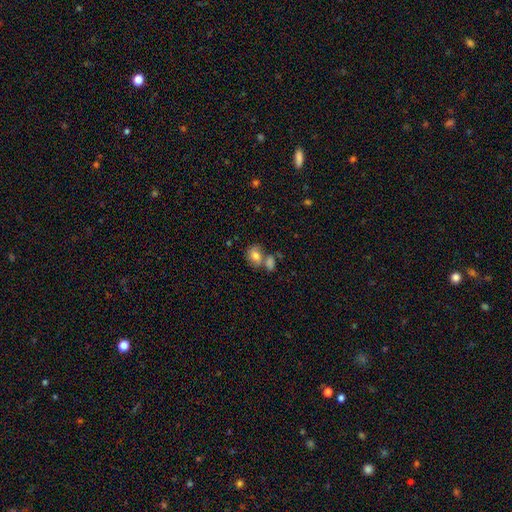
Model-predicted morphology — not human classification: The model was most divided on "merging": none: 42%, merger: 38%, minor disturbance: 14%, major disturbance: 6%. More confident: smooth or featured — smooth (77%); how rounded — in between (58%).